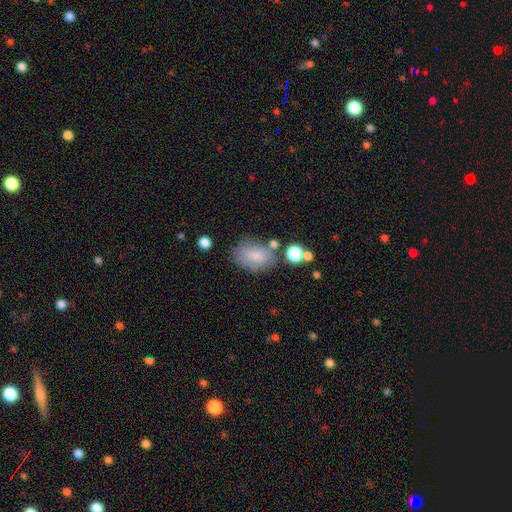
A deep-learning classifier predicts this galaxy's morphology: smooth_or_featured: smooth (p=0.67) [alt: featured or disk p=0.23]
how_rounded: in between (p=0.82) [alt: round p=0.16]
merging: none (p=0.57) [alt: minor disturbance p=0.24]